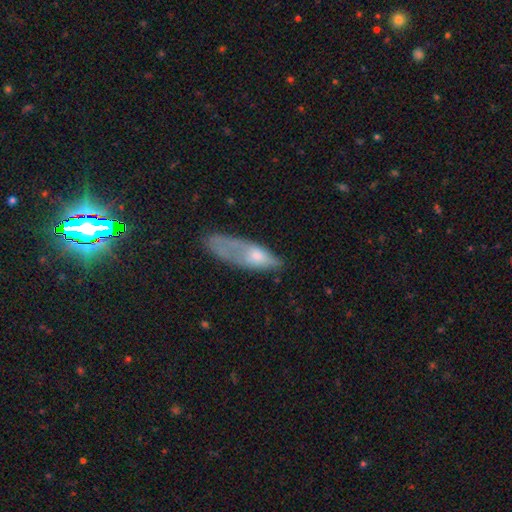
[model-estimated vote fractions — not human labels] Overall: smooth (55%; featured or disk 37%). How rounded: in between (54%; cigar-shaped 43%). Merging: major disturbance (36%; minor disturbance 30%).